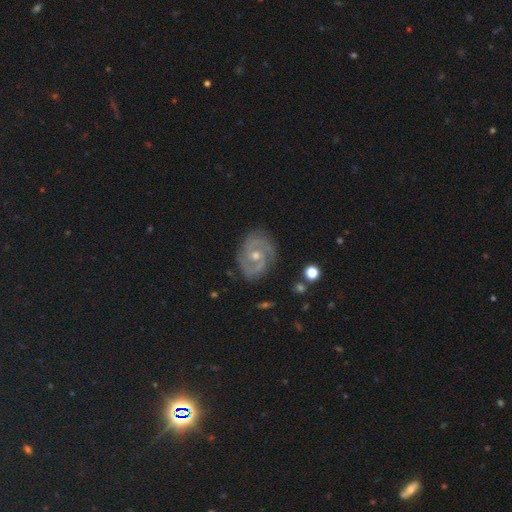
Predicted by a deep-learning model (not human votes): featured or disk 87%, star or artifact 7%, smooth 6%. Down the decision tree: edge-on disk — no (97%); bar — no (56%); spiral arms — yes (96%); spiral arm count — 2 (78%); spiral winding — tight (48%); bulge size — moderate (55%); merging — none (82%).